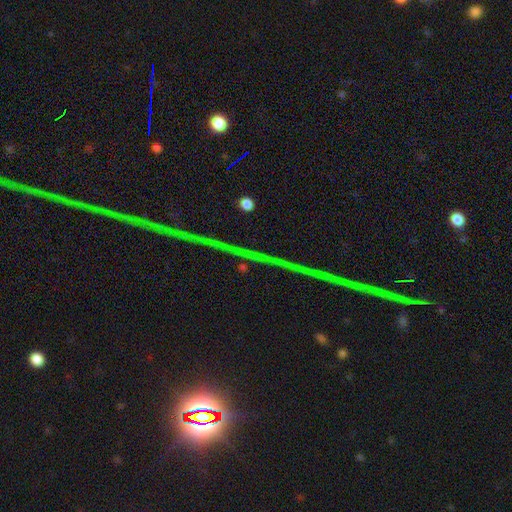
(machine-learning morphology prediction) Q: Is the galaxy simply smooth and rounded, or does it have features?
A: star or artifact — 87%.